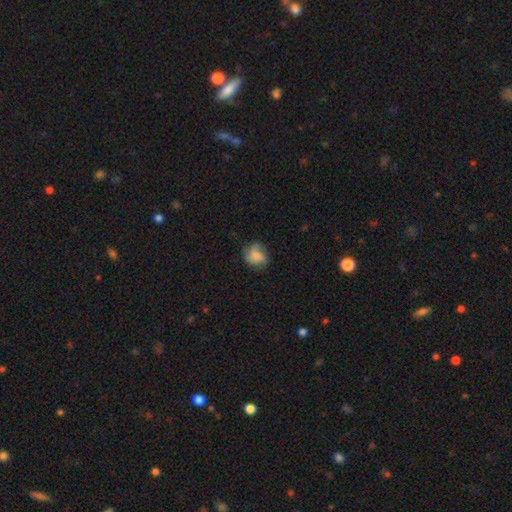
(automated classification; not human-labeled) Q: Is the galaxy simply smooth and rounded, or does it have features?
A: smooth — 58%.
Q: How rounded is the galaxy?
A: round — 66%.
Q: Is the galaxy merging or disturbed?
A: none — 65%.